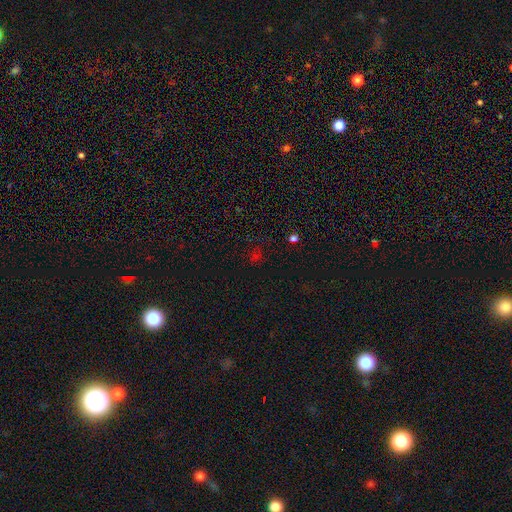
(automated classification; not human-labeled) This is possibly a star or artifact rather than a galaxy (52%).